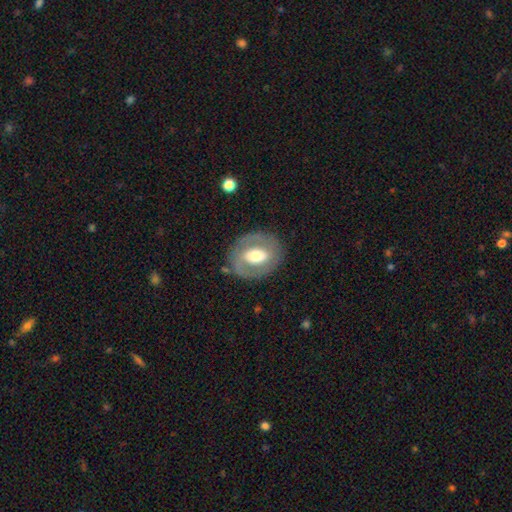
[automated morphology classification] The model was most divided on "bar": no: 39%, weak: 35%, strong: 27%. More confident: edge-on disk — no (94%); merging — none (80%); spiral arms — no (63%); bulge size — moderate (58%); smooth or featured — featured or disk (58%).